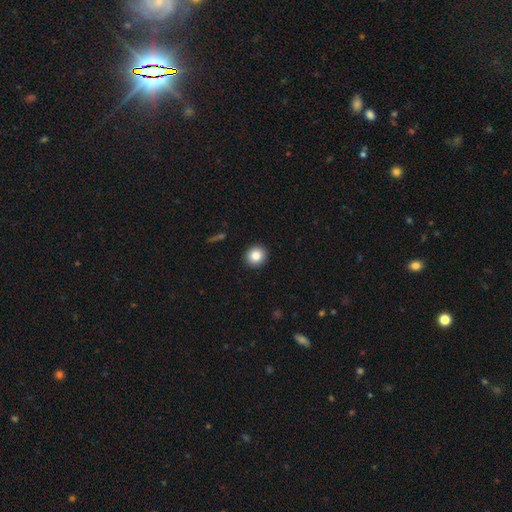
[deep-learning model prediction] smooth_or_featured: smooth (p=0.84) [alt: star or artifact p=0.09]
how_rounded: round (p=0.84) [alt: in between p=0.15]
merging: none (p=0.92) [alt: minor disturbance p=0.05]